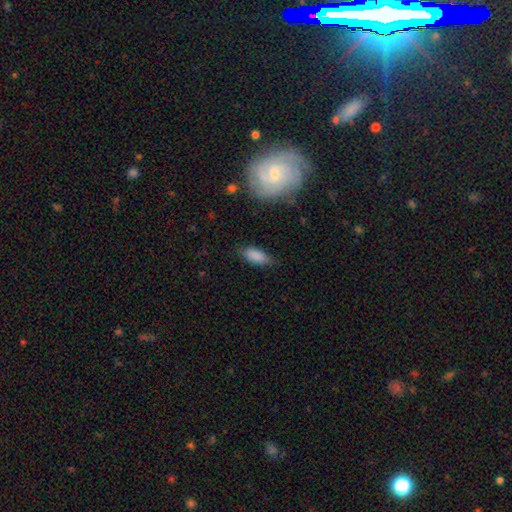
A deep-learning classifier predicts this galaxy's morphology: The model was most divided on "merging": none: 76%, minor disturbance: 18%, major disturbance: 4%, merger: 2%. More confident: smooth or featured — smooth (86%); how rounded — in between (83%).